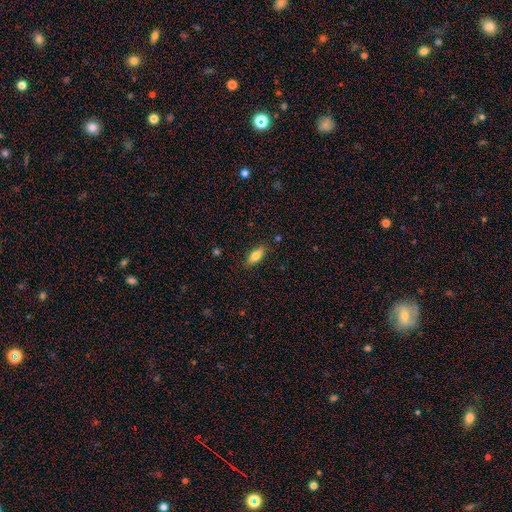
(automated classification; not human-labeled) The model was most divided on "smooth or featured": smooth: 81%, featured or disk: 12%, star or artifact: 7%. More confident: merging — none (85%); how rounded — in between (84%).